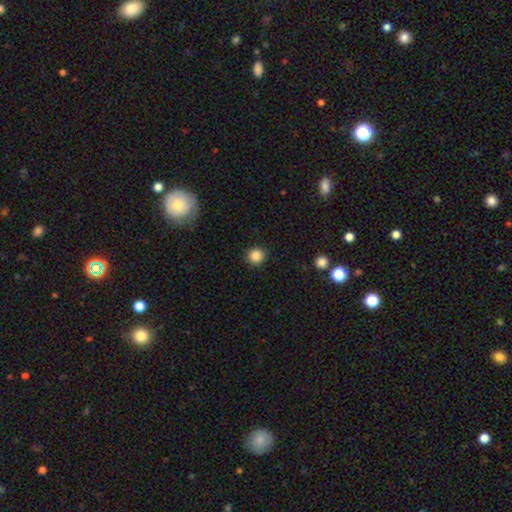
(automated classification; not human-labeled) Overall: smooth (86%). How rounded: round (94%). Merging: none (91%).